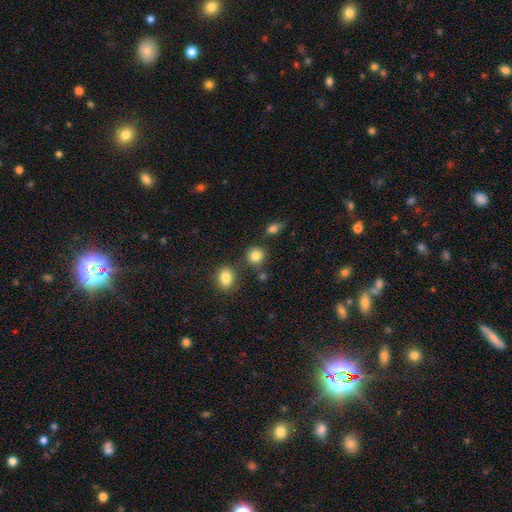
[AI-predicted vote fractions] The model was most divided on "merging": none: 78%, minor disturbance: 11%, merger: 8%, major disturbance: 3%. More confident: how rounded — round (86%); smooth or featured — smooth (83%).